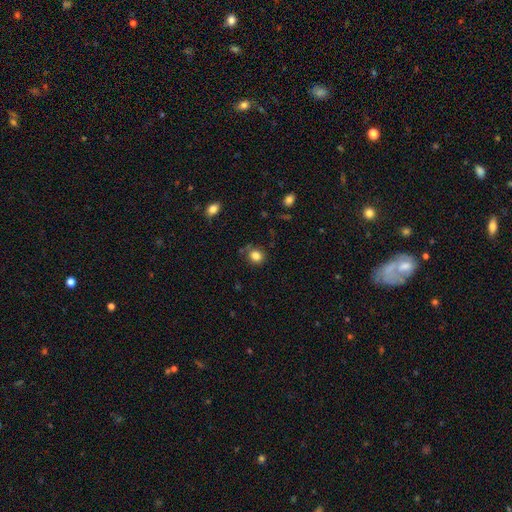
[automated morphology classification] smooth-or-featured: smooth: 83% | star or artifact: 11% | featured or disk: 5%
  how-rounded: round: 71% | in between: 28% | cigar-shaped: 1%
  merging: none: 76% | minor disturbance: 15% | merger: 5% | major disturbance: 4%